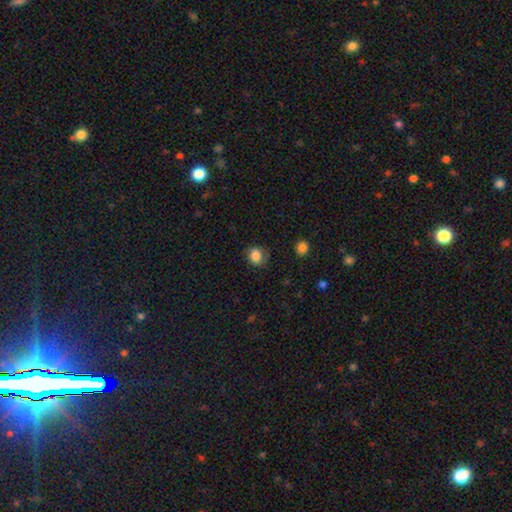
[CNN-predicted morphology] Smooth or featured? Predicted: smooth (p=0.85). How rounded? Predicted: round (p=0.68). Merging? Predicted: none (p=0.74).